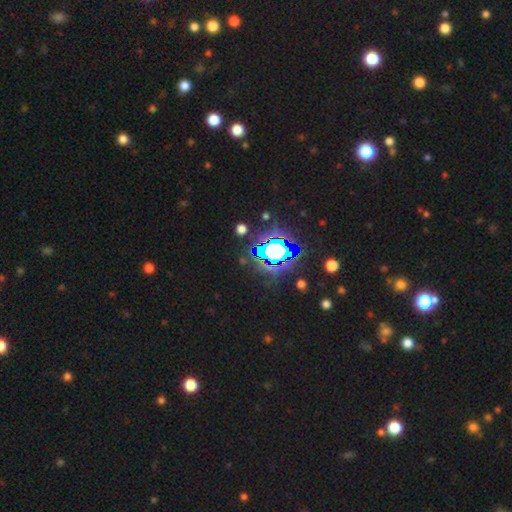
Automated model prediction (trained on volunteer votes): Smooth or featured?
  - star or artifact: 82% *
  - smooth: 11%
  - featured or disk: 7%